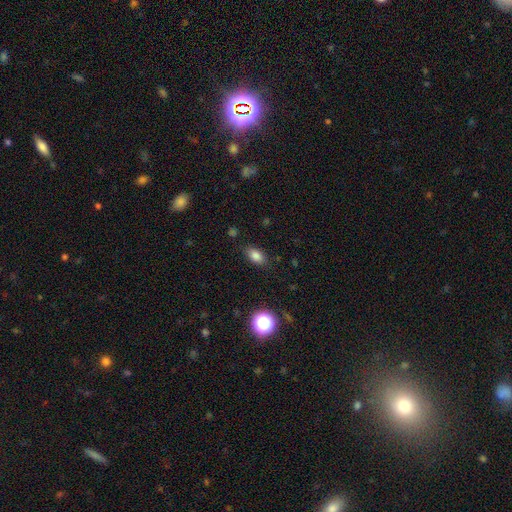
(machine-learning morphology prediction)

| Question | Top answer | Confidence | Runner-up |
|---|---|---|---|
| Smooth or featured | smooth | 82% | star or artifact (12%) |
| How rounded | in between | 86% | round (11%) |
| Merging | none | 83% | minor disturbance (12%) |